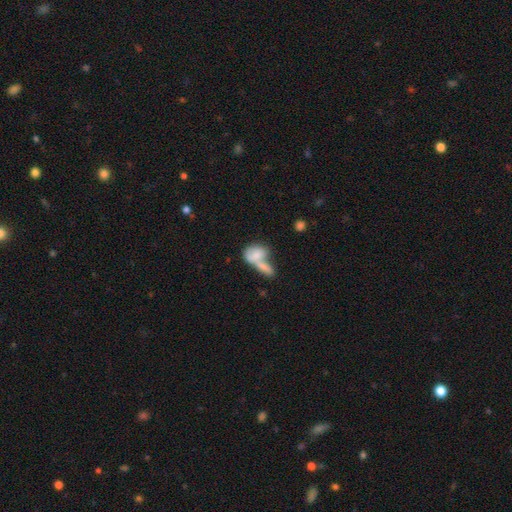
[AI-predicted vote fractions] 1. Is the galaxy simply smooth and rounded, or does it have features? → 72% smooth, 20% featured or disk, 8% star or artifact.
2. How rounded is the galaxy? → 78% in between, 14% round, 8% cigar-shaped.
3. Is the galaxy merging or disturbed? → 66% merger, 19% none, 8% minor disturbance, 7% major disturbance.